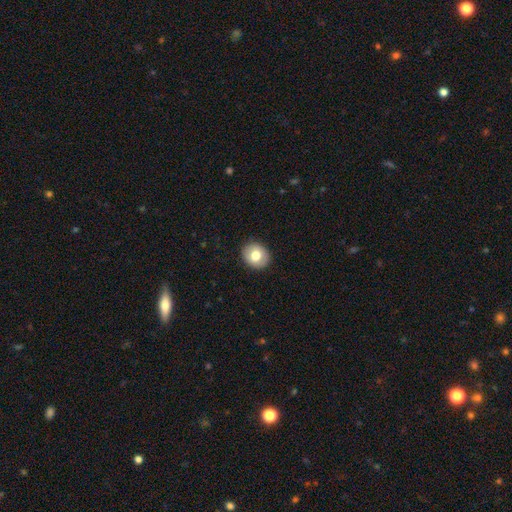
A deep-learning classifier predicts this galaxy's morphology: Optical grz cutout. It shows a smooth galaxy with no disk features (74%) that is round (71%). Merging: none (90%).